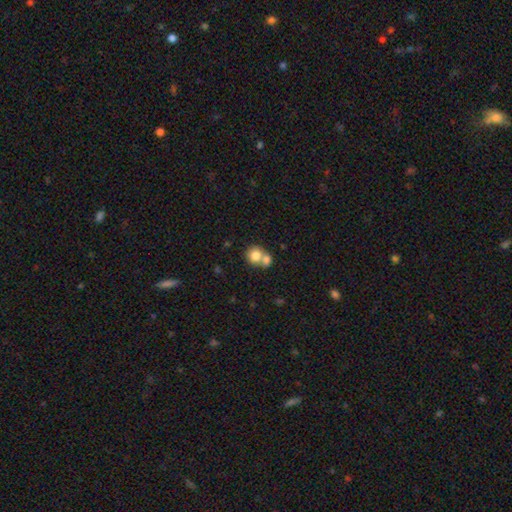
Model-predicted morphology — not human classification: This appears to be a smooth galaxy with no disk features (78%) that is round (81%). Merging: merger (56%).